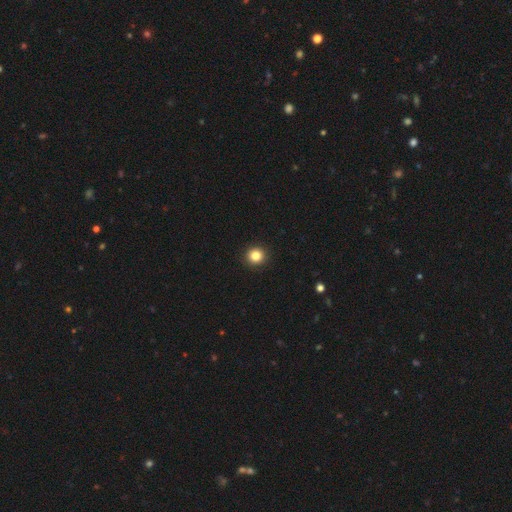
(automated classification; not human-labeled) smooth-or-featured: smooth: 84% | star or artifact: 11% | featured or disk: 5%
  how-rounded: round: 93% | in between: 6% | cigar-shaped: 1%
  merging: none: 93% | minor disturbance: 4% | major disturbance: 1% | merger: 1%